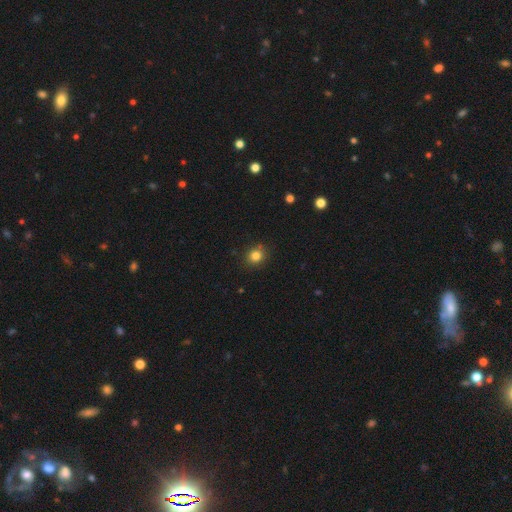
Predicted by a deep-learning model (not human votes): This is clearly a smooth galaxy (83%). How rounded: clearly round (81%). Merging: clearly none (85%).